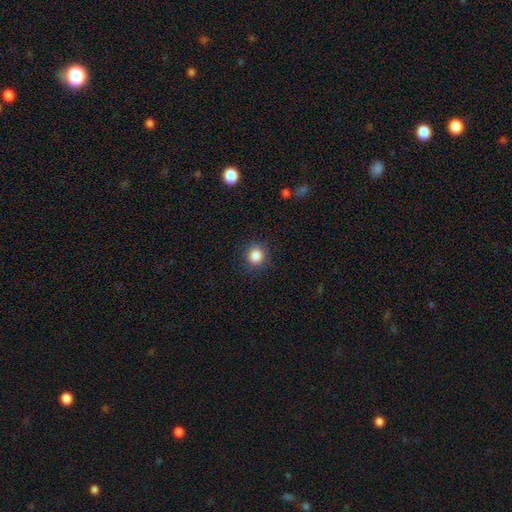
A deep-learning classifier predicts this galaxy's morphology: Overall: smooth (86%). How rounded: round (85%). Merging: none (88%).